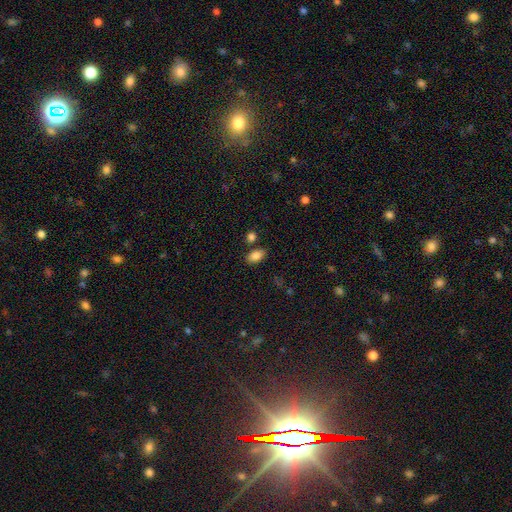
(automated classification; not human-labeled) Smooth or featured?
  - smooth: 85% *
  - star or artifact: 8%
  - featured or disk: 6%
How rounded?
  - in between: 91% *
  - round: 7%
  - cigar-shaped: 2%
Merging?
  - none: 78% *
  - minor disturbance: 11%
  - merger: 7%
  - major disturbance: 3%